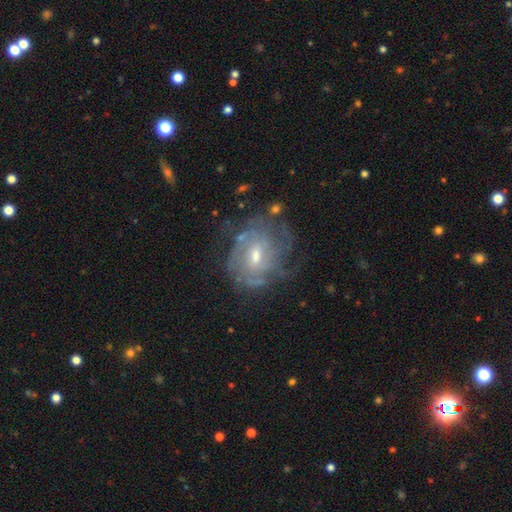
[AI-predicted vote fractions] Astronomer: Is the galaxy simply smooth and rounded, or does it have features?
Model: featured or disk — 79%.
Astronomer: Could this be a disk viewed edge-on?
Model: no — 96%.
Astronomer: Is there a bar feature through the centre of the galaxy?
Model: weak — 53% (runner-up: no, 35%).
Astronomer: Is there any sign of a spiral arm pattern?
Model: yes — 84%.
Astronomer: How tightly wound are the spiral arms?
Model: tight — 59%.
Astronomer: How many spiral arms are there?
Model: can't tell — 53%.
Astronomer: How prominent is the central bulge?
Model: moderate — 56% (runner-up: small, 38%).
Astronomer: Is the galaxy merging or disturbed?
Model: none — 63%.